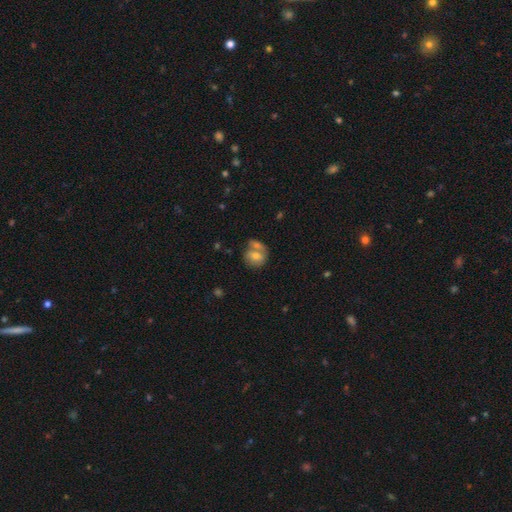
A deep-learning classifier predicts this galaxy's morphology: Overall: smooth (65%; featured or disk 27%). How rounded: round (67%; in between 31%). Merging: merger (49%; none 36%).